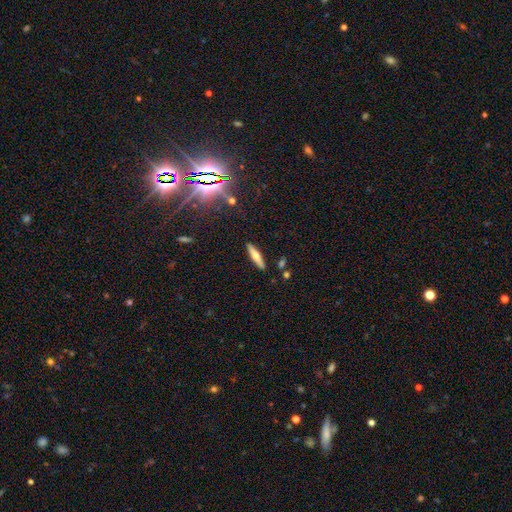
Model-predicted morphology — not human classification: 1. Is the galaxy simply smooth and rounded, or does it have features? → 51% smooth, 41% featured or disk, 8% star or artifact.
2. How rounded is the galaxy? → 81% cigar-shaped, 17% in between, 2% round.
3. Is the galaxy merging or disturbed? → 89% none, 7% minor disturbance, 2% merger, 2% major disturbance.